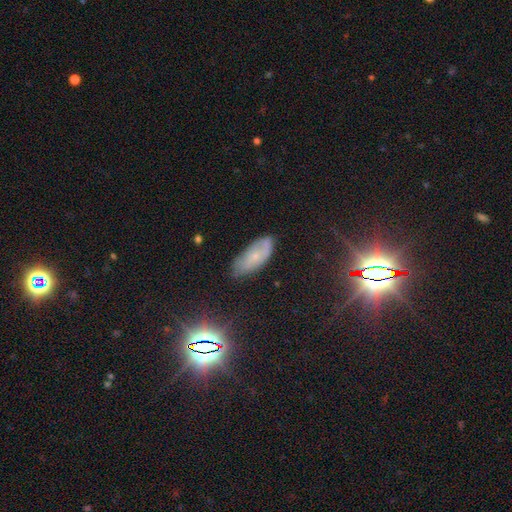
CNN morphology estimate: Q: Smooth or featured?
A: smooth (41%); tied with: featured or disk (41%)
Q: Merging?
A: none (68%); runner-up: minor disturbance (24%)